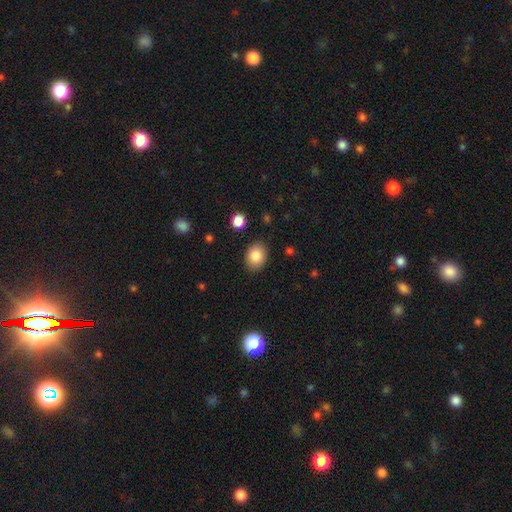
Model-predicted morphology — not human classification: Overall: smooth (85%). How rounded: in between (67%; round 32%). Merging: none (87%).